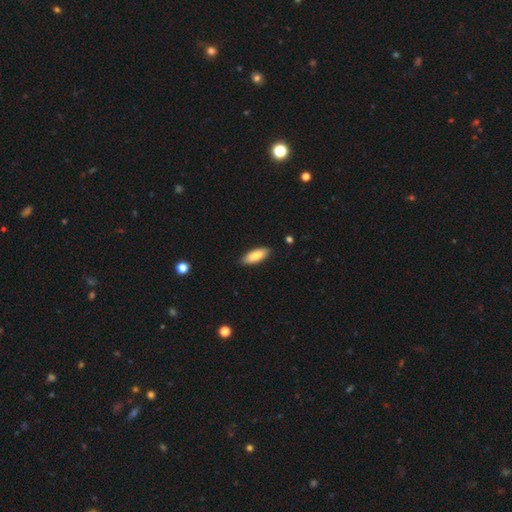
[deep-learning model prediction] Smooth or featured?
  - smooth: 84% *
  - featured or disk: 10%
  - star or artifact: 6%
How rounded?
  - in between: 72% *
  - cigar-shaped: 27%
  - round: 2%
Merging?
  - none: 86% *
  - minor disturbance: 10%
  - major disturbance: 2%
  - merger: 1%